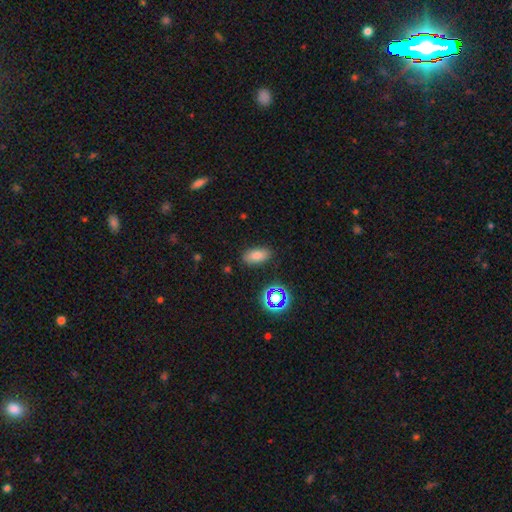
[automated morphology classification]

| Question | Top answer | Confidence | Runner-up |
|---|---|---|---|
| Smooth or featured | smooth | 75% | star or artifact (15%) |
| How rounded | in between | 88% | cigar-shaped (6%) |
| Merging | none | 85% | minor disturbance (10%) |